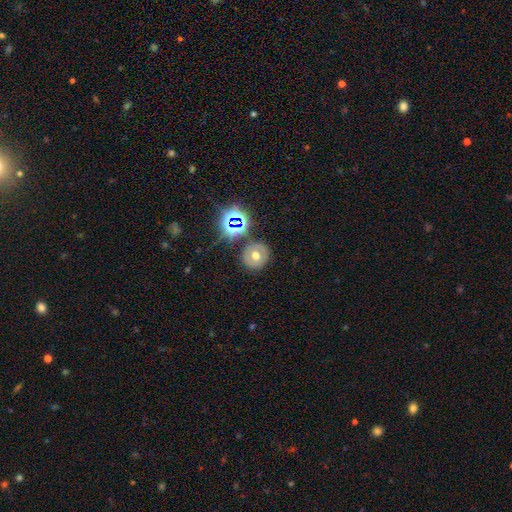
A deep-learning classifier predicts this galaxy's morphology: Overall: smooth (48%; featured or disk 33%). Merging: none (83%).